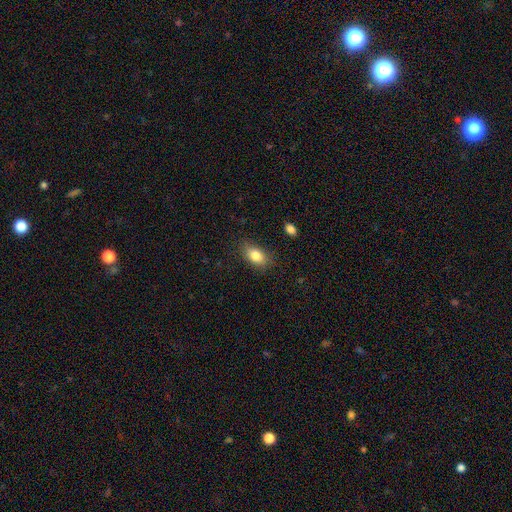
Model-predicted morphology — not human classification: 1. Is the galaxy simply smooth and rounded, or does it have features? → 84% smooth, 8% star or artifact, 8% featured or disk.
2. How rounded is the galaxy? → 88% in between, 9% round, 3% cigar-shaped.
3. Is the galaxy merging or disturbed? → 82% none, 13% minor disturbance, 3% major disturbance, 1% merger.